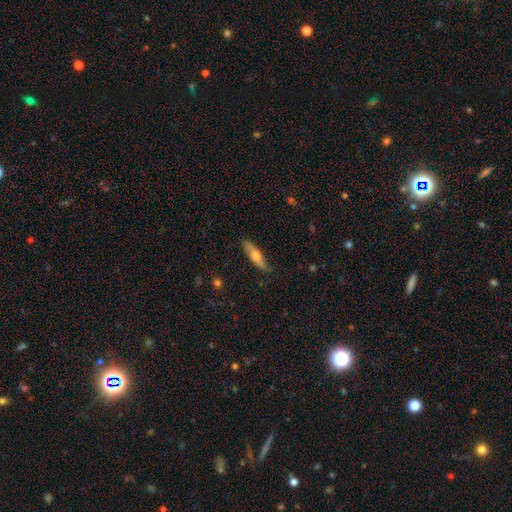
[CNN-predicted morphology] smooth 51%, featured or disk 43%, star or artifact 5%. Down the decision tree: how rounded — cigar-shaped (72%); merging — none (83%).